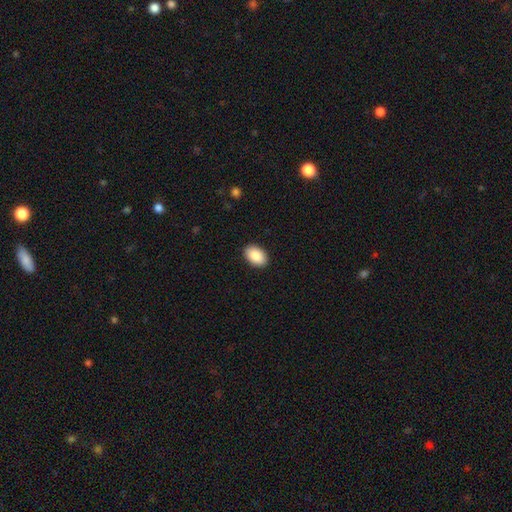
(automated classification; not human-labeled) A smooth galaxy with no disk features (89%) that is in between round and cigar-shaped (90%).

Vote fractions:
- Smooth or featured? smooth: 89% / star or artifact: 6% / featured or disk: 5%
- How rounded? in between: 90% / round: 9% / cigar-shaped: 1%
- Merging? none: 90% / minor disturbance: 7% / major disturbance: 2% / merger: 1%